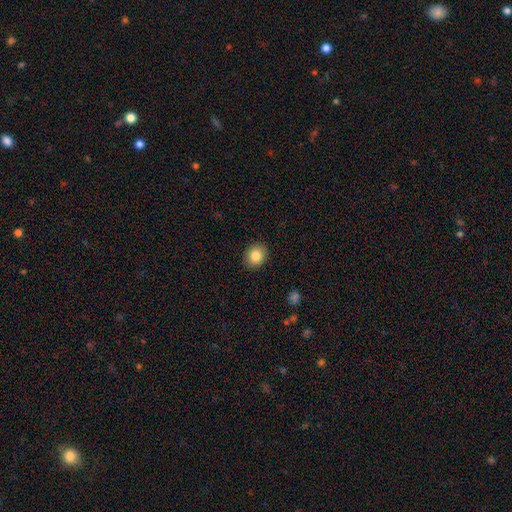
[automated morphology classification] Overall: smooth (85%). How rounded: round (71%). Merging: none (90%).